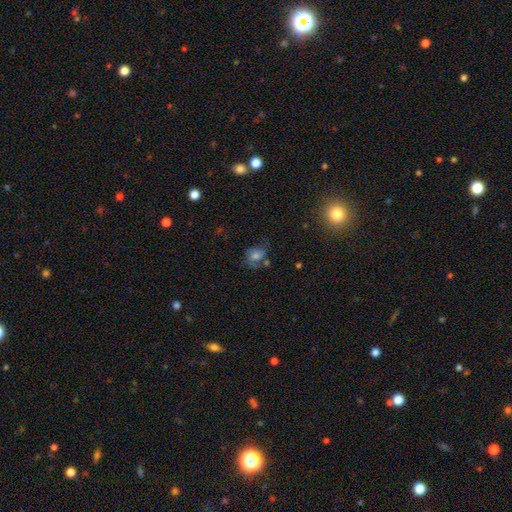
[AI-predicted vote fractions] A smooth galaxy with no disk features (60%) that is round (50%). Merging: none (48%).